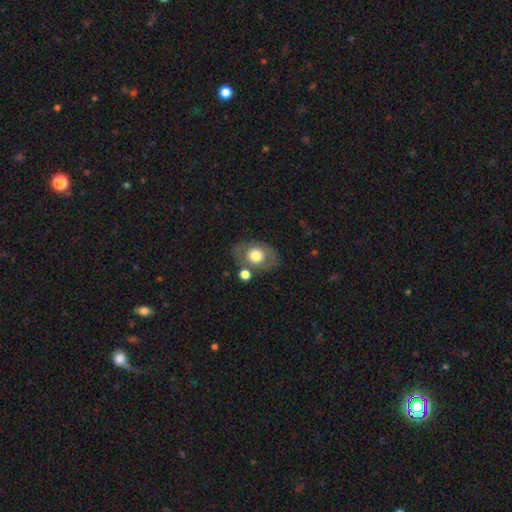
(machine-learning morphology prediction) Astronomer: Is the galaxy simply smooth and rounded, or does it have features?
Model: smooth — 59%.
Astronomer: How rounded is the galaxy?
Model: in between — 61% (runner-up: round, 38%).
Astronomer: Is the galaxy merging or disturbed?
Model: none — 67%.